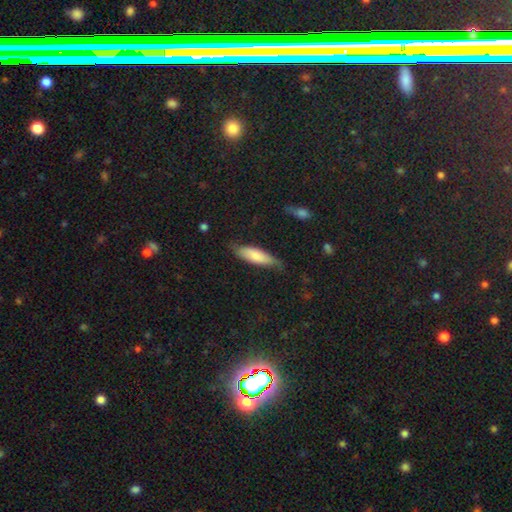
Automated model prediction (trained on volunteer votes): Overall: smooth (73%). How rounded: in between (58%; cigar-shaped 40%). Merging: none (63%; minor disturbance 28%).